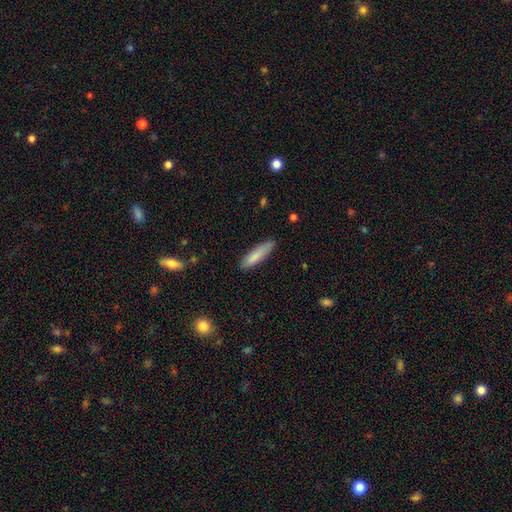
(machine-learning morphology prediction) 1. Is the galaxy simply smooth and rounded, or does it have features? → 84% smooth, 10% featured or disk, 6% star or artifact.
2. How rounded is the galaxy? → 73% cigar-shaped, 25% in between, 1% round.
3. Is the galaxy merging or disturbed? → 82% none, 14% minor disturbance, 2% major disturbance, 1% merger.